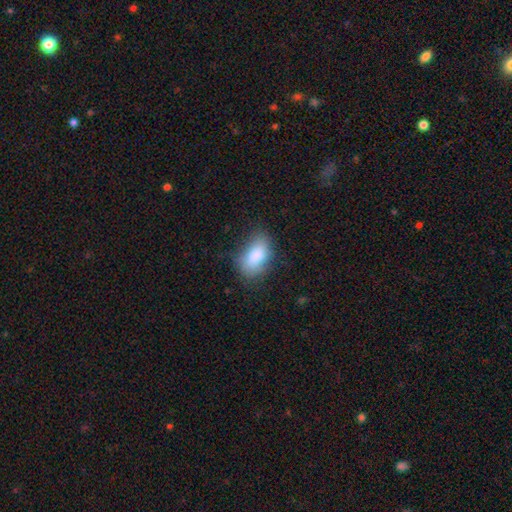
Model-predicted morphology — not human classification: The model was most divided on "merging": none: 70%, minor disturbance: 22%, major disturbance: 6%, merger: 1%. More confident: how rounded — in between (91%); smooth or featured — smooth (85%).